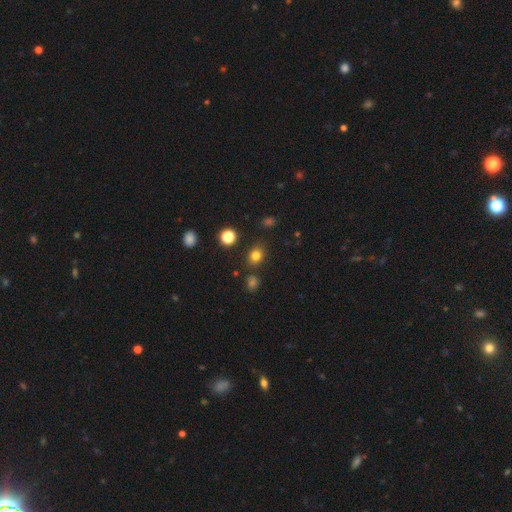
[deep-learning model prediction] A smooth galaxy with no disk features (78%) that is round (59%).

Vote fractions:
- Smooth or featured? smooth: 78% / star or artifact: 16% / featured or disk: 6%
- How rounded? round: 59% / in between: 40% / cigar-shaped: 1%
- Merging? none: 83% / minor disturbance: 10% / merger: 4% / major disturbance: 3%